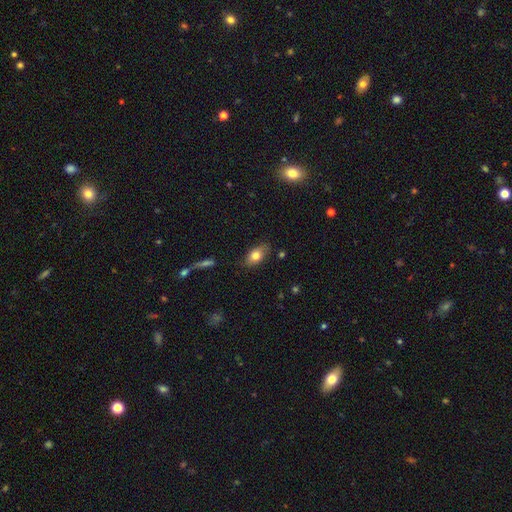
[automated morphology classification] Smooth or featured?
  - smooth: 77% *
  - featured or disk: 15%
  - star or artifact: 8%
How rounded?
  - in between: 87% *
  - round: 7%
  - cigar-shaped: 6%
Merging?
  - none: 80% *
  - minor disturbance: 15%
  - major disturbance: 3%
  - merger: 2%